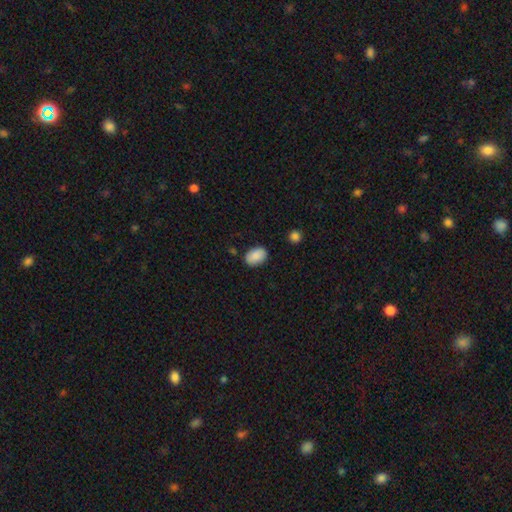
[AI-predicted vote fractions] Smooth or featured? Predicted: smooth (p=0.89). How rounded? Predicted: in between (p=0.85). Merging? Predicted: none (p=0.83).